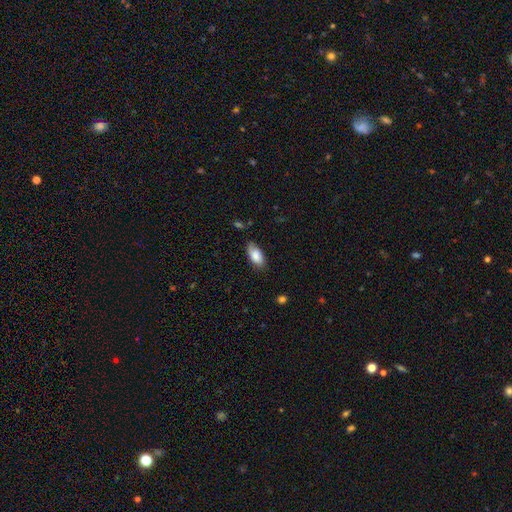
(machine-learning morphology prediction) smooth_or_featured: smooth (p=0.84) [alt: featured or disk p=0.10]
how_rounded: in between (p=0.91) [alt: cigar-shaped p=0.06]
merging: none (p=0.75) [alt: minor disturbance p=0.20]